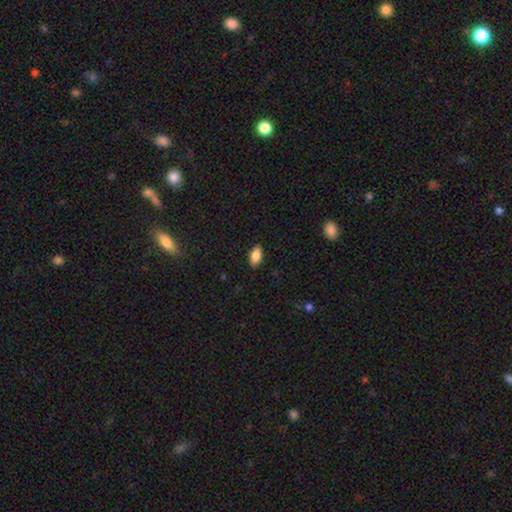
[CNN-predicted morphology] smooth_or_featured: smooth (p=0.86) [alt: star or artifact p=0.07]
how_rounded: in between (p=0.92) [alt: cigar-shaped p=0.04]
merging: none (p=0.89) [alt: minor disturbance p=0.09]